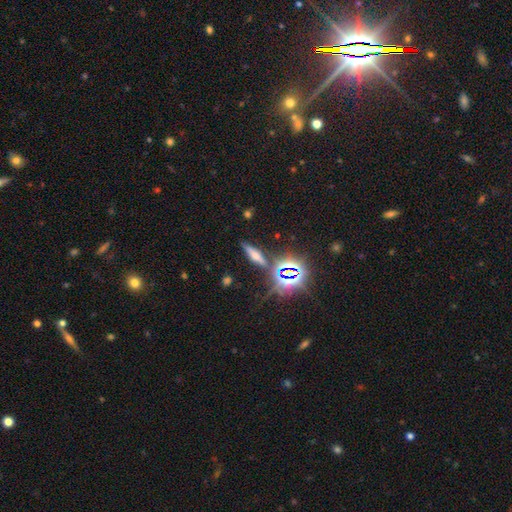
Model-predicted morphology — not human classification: Smooth or featured? Predicted: smooth (p=0.37). Merging? Predicted: none (p=0.81).